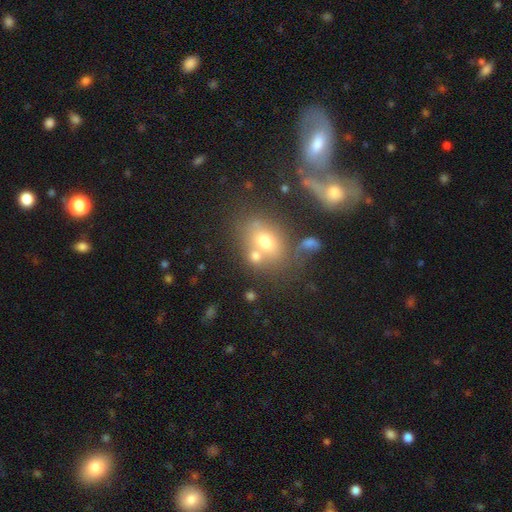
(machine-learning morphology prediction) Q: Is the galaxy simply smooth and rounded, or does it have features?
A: smooth — 67%.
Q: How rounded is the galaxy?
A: in between — 60%.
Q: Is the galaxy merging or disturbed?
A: none — 46%.